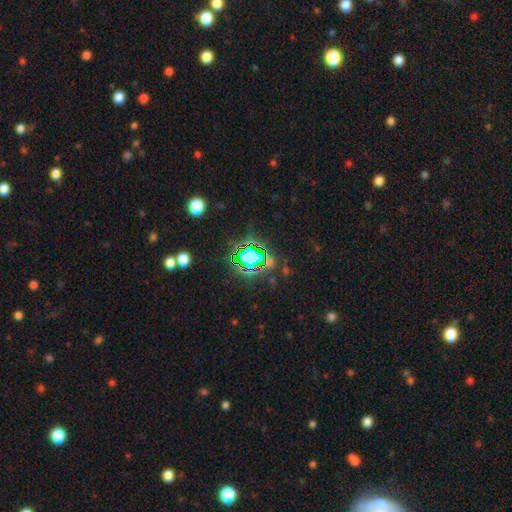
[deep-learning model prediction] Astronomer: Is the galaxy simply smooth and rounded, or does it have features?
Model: star or artifact — 72%.